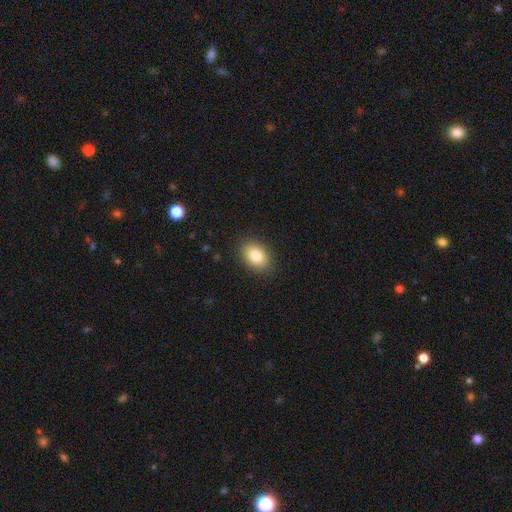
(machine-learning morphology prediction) Smooth or featured: smooth — 84% (star or artifact — 8%)
How rounded: in between — 79% (round — 20%)
Merging: none — 88% (minor disturbance — 9%)